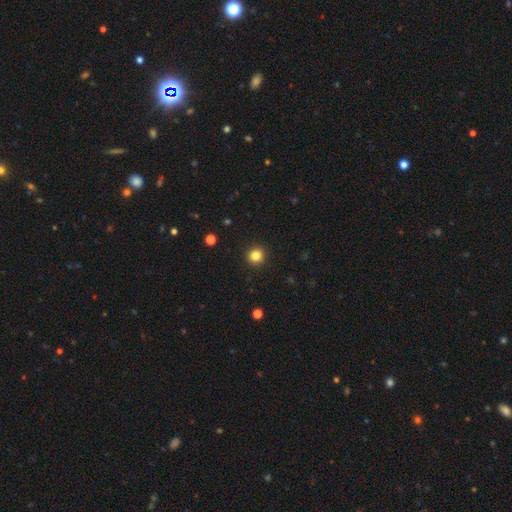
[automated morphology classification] Smooth or featured? Predicted: smooth (p=0.83). How rounded? Predicted: round (p=0.94). Merging? Predicted: none (p=0.93).